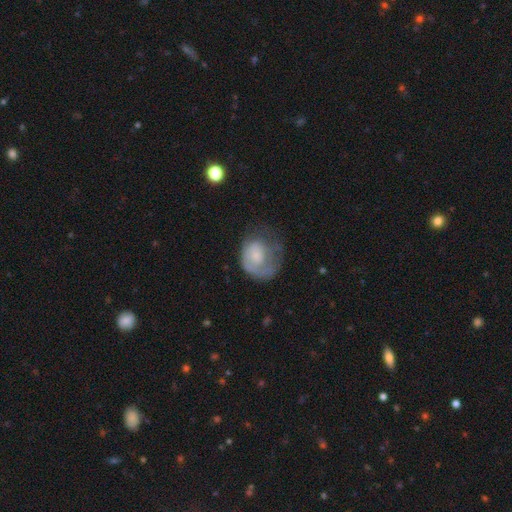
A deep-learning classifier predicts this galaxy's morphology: Smooth or featured? Predicted: smooth (p=0.49). Merging? Predicted: none (p=0.37, tied with major disturbance).